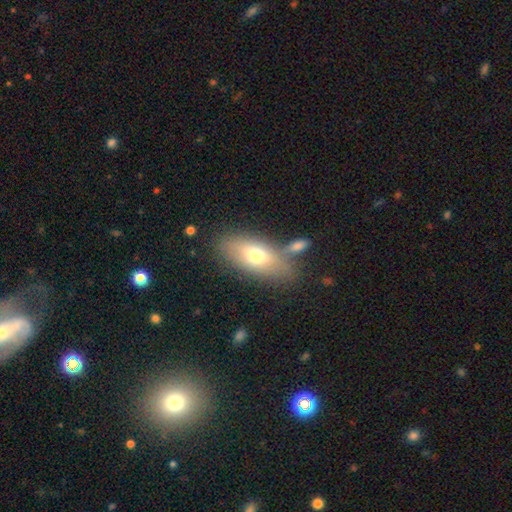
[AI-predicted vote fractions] This appears to be a smooth galaxy with no disk features (68%) that is in between round and cigar-shaped (83%). Merging: none (65%).